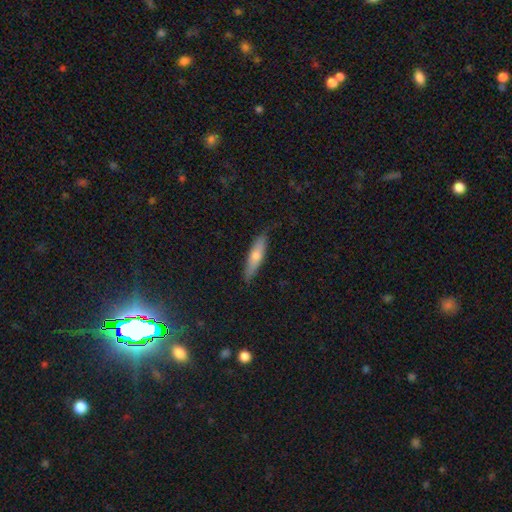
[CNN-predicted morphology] A smooth galaxy with no disk features (61%) that is cigar-shaped (74%). Merging: none (82%).